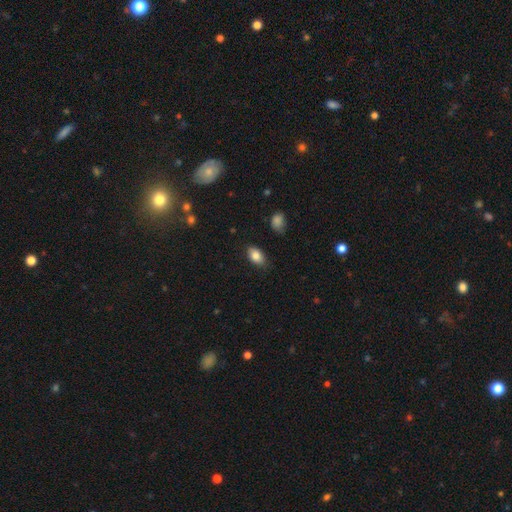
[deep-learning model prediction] Smooth or featured?
  - smooth: 84% *
  - featured or disk: 8%
  - star or artifact: 8%
How rounded?
  - in between: 90% *
  - round: 9%
  - cigar-shaped: 2%
Merging?
  - none: 82% *
  - minor disturbance: 14%
  - major disturbance: 3%
  - merger: 1%